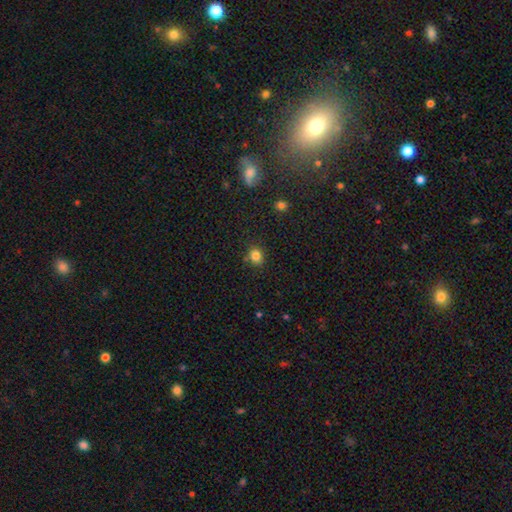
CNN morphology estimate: Smooth or featured?
  - smooth: 82% *
  - star or artifact: 13%
  - featured or disk: 5%
How rounded?
  - round: 67% *
  - in between: 32%
  - cigar-shaped: 1%
Merging?
  - none: 82% *
  - minor disturbance: 12%
  - merger: 4%
  - major disturbance: 3%